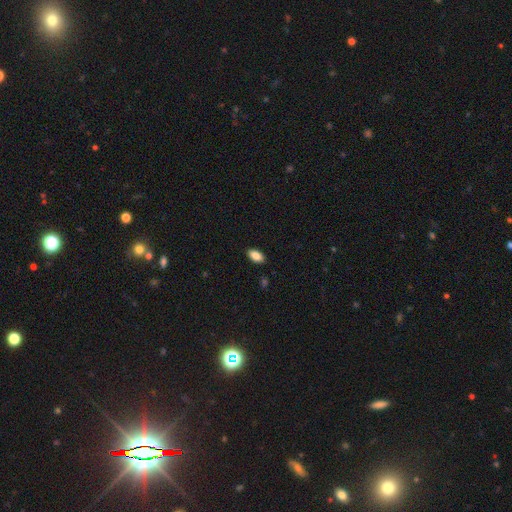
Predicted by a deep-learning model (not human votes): A smooth galaxy with no disk features (87%) that is in between round and cigar-shaped (93%).

Vote fractions:
- Smooth or featured? smooth: 87% / star or artifact: 7% / featured or disk: 6%
- How rounded? in between: 93% / round: 4% / cigar-shaped: 3%
- Merging? none: 89% / minor disturbance: 8% / major disturbance: 2% / merger: 1%